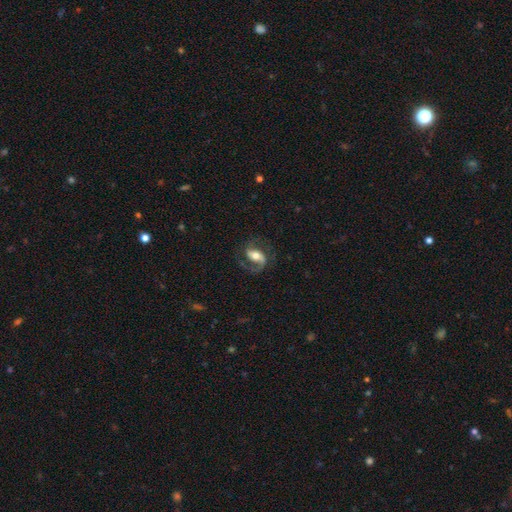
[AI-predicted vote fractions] This appears to be a featured or disk galaxy (79%) with a strong bar (38%), 2 (74%) medium (51%) spiral arms (94%) and a moderate central bulge (64%). Merging: none (68%).